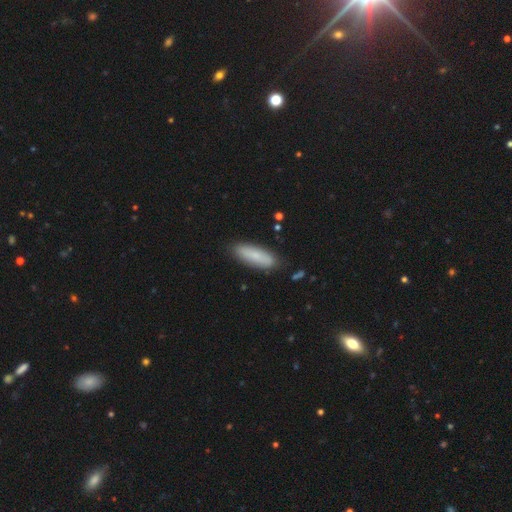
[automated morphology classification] The model was most divided on "how rounded": in between: 53%, cigar-shaped: 45%, round: 2%. More confident: merging — none (85%); smooth or featured — smooth (78%).